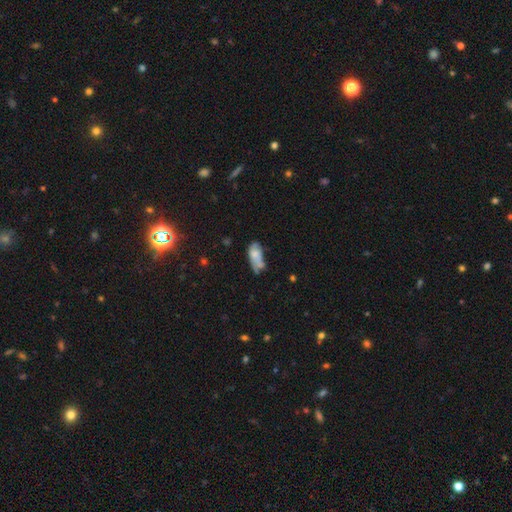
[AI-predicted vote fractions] smooth 62%, featured or disk 28%, star or artifact 10%. Down the decision tree: how rounded — in between (86%); merging — minor disturbance (32%).